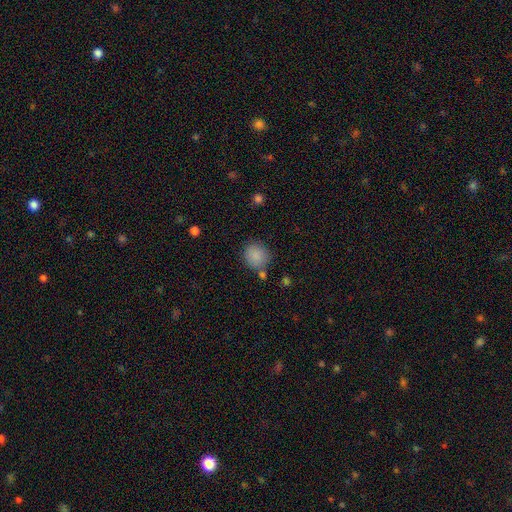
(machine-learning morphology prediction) Smooth or featured? Predicted: smooth (p=0.87). How rounded? Predicted: round (p=0.86). Merging? Predicted: none (p=0.74).